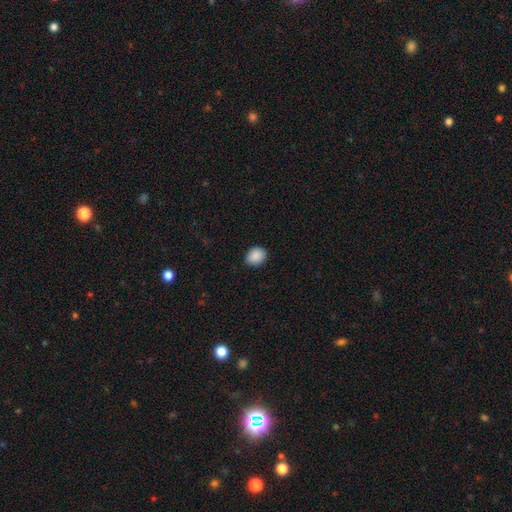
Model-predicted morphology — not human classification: smooth 89%, star or artifact 8%, featured or disk 3%. Down the decision tree: how rounded — round (55%); merging — none (88%).